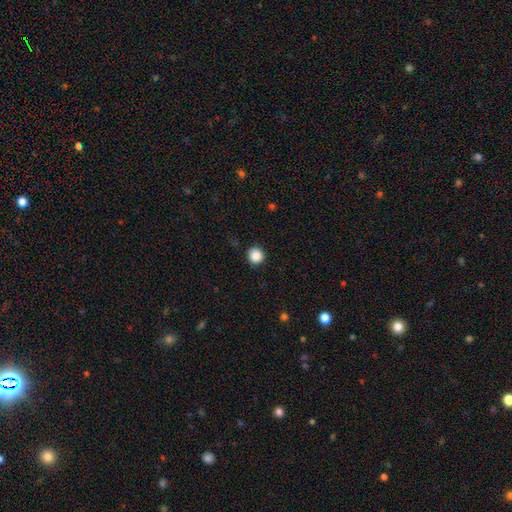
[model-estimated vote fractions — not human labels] This appears to be a smooth galaxy with no disk features (88%) that is round (93%). Merging: none (91%).